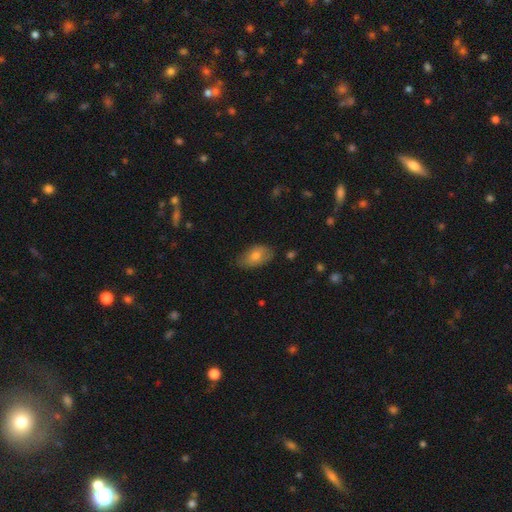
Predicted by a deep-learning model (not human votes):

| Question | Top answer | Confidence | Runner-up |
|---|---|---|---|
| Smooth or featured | smooth | 72% | featured or disk (21%) |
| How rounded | in between | 92% | round (6%) |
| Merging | none | 76% | minor disturbance (19%) |